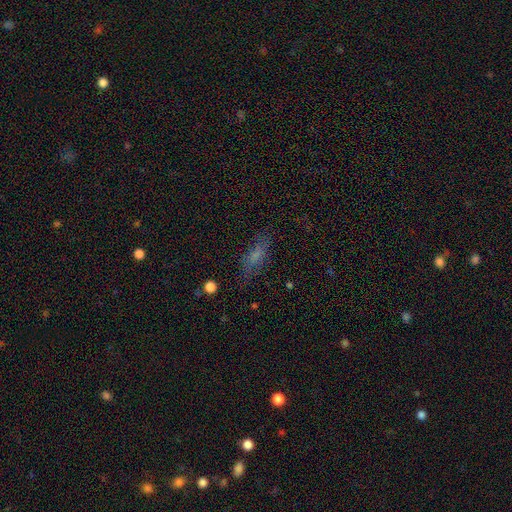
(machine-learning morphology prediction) A smooth galaxy with no disk features (60%) that is in between round and cigar-shaped (54%). Merging: none (73%).